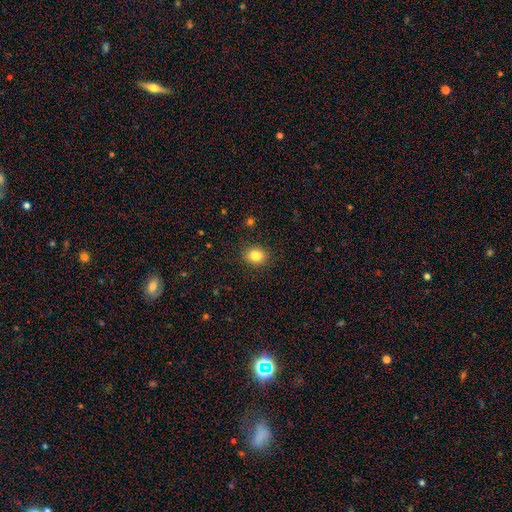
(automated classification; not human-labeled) The model was most divided on "how rounded": round: 64%, in between: 35%, cigar-shaped: 1%. More confident: merging — none (89%); smooth or featured — smooth (82%).